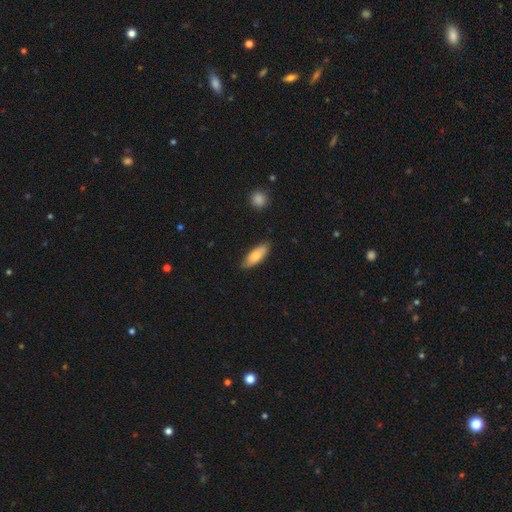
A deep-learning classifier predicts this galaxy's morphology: type=smooth (77%); roundness=in between (70%); merging=none (83%).